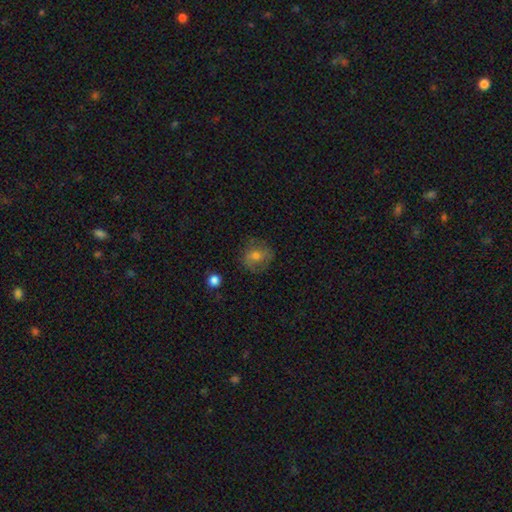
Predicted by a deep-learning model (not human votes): Smooth or featured? Predicted: smooth (p=0.63). How rounded? Predicted: round (p=0.71). Merging? Predicted: none (p=0.69).